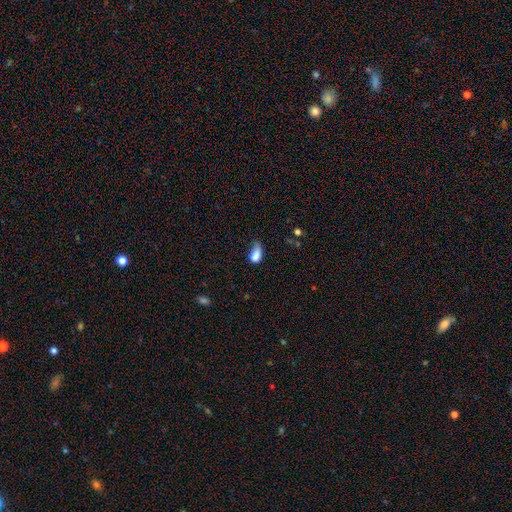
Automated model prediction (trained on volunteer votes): This appears to be a smooth galaxy with no disk features (81%) that is in between round and cigar-shaped (88%). Merging: minor disturbance (41%).